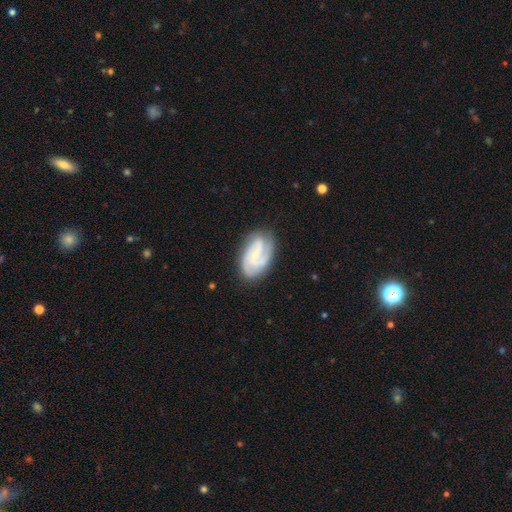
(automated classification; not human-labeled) Smooth or featured: featured or disk — 80% (smooth — 14%)
Edge-on disk: no — 97% (yes — 3%)
Bar: no — 51% (weak — 39%)
Spiral arms: yes — 96% (no — 4%)
Spiral winding: tight — 52% (medium — 39%)
Spiral arm count: 3 — 39% (2 — 31%)
Bulge size: small — 70% (moderate — 17%)
Merging: none — 75% (minor disturbance — 18%)